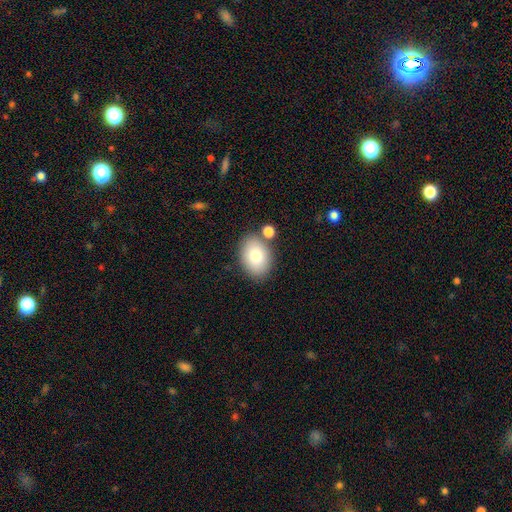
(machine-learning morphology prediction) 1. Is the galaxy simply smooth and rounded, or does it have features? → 80% smooth, 12% featured or disk, 8% star or artifact.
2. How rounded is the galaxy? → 77% in between, 22% round, 1% cigar-shaped.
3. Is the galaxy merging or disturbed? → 77% none, 12% minor disturbance, 9% merger, 3% major disturbance.